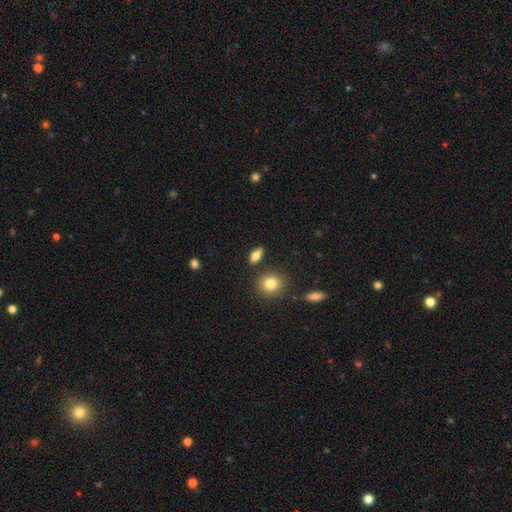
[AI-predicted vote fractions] This is likely a smooth galaxy (73%). How rounded: likely in between (75%). Merging: clearly none (84%).